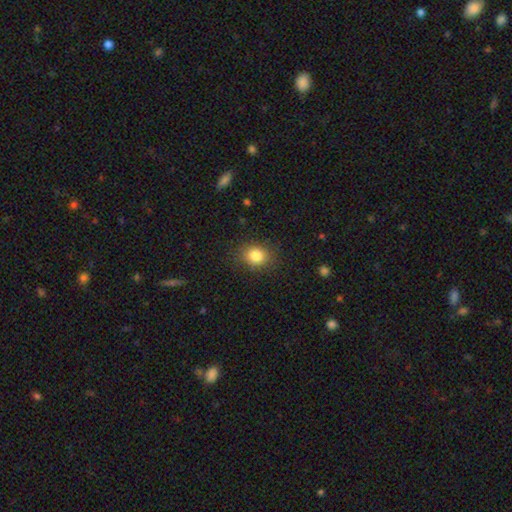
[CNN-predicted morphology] Overall: smooth (84%). How rounded: round (57%; in between 42%). Merging: none (84%).